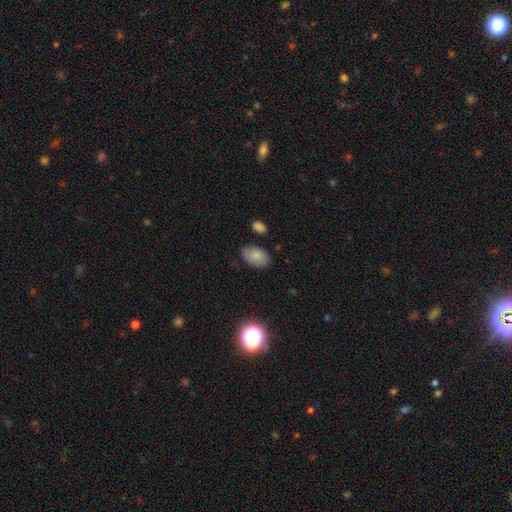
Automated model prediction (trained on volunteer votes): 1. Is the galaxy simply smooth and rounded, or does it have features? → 84% smooth, 8% star or artifact, 8% featured or disk.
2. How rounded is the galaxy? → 92% in between, 7% round, 1% cigar-shaped.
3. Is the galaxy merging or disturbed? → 81% none, 13% minor disturbance, 3% major disturbance, 3% merger.